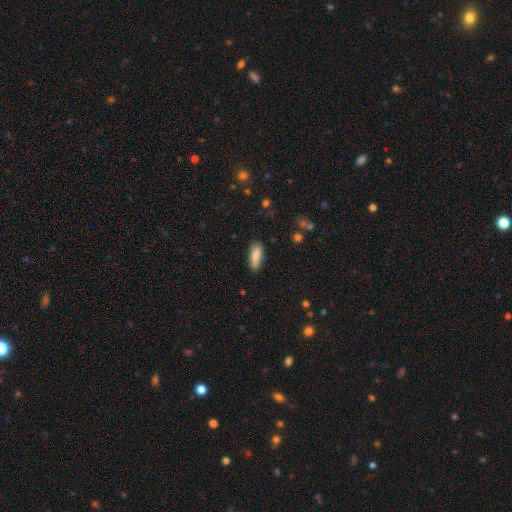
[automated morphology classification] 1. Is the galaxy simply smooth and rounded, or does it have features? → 84% smooth, 10% featured or disk, 7% star or artifact.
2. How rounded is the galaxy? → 63% in between, 35% cigar-shaped, 2% round.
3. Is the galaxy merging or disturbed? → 84% none, 12% minor disturbance, 3% major disturbance, 2% merger.